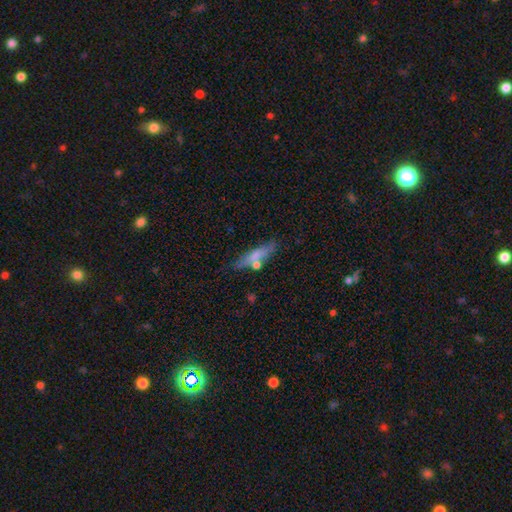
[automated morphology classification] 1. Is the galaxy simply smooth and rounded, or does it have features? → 64% smooth, 28% featured or disk, 8% star or artifact.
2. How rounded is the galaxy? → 72% cigar-shaped, 25% in between, 3% round.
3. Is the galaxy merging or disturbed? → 68% none, 17% minor disturbance, 10% merger, 5% major disturbance.